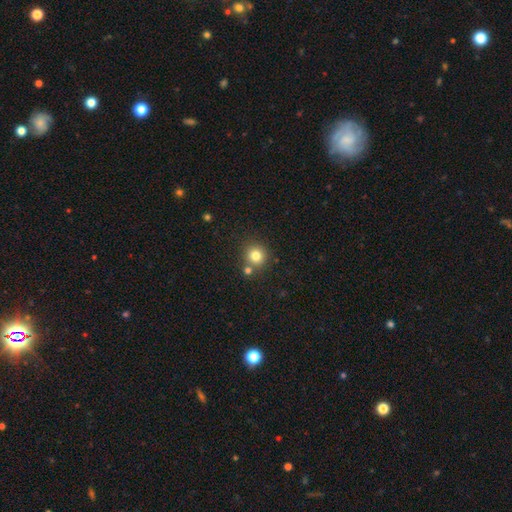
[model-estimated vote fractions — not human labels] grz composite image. It shows a smooth galaxy with no disk features (80%) that is round (92%). Merging: none (73%).